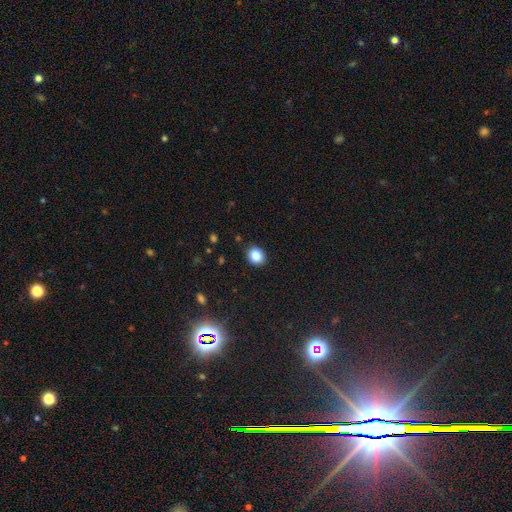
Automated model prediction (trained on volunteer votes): Overall: smooth (86%). How rounded: round (55%; in between 44%). Merging: none (88%).